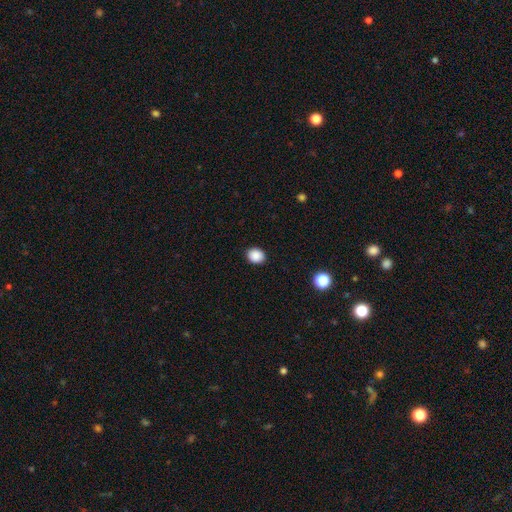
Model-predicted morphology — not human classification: smooth 88%, star or artifact 9%, featured or disk 3%. Down the decision tree: how rounded — round (63%); merging — none (91%).